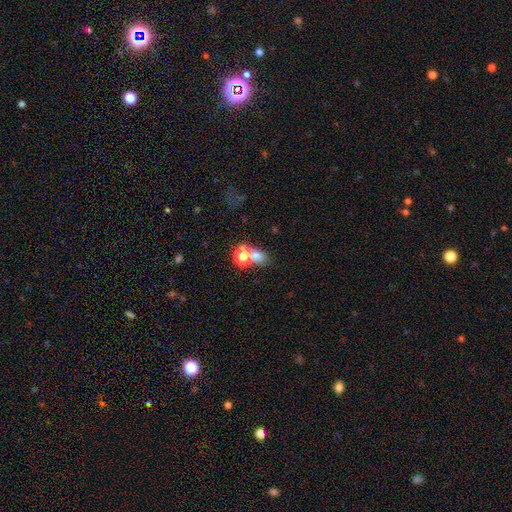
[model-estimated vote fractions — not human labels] This appears to be a smooth galaxy with no disk features (67%) that is round (54%). Merging: none (45%).